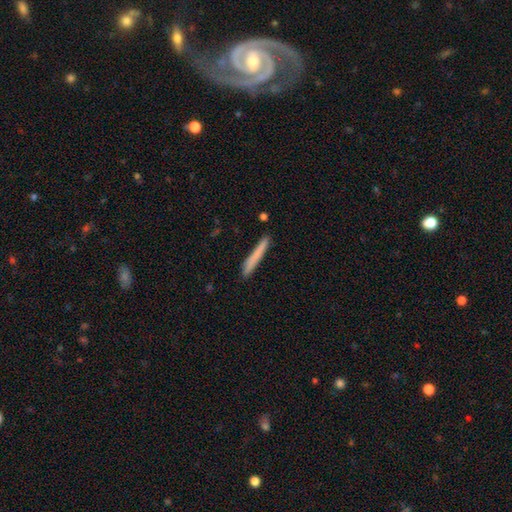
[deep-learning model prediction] The model was most divided on "smooth or featured": smooth: 74%, featured or disk: 20%, star or artifact: 6%. More confident: how rounded — cigar-shaped (97%); merging — none (89%).